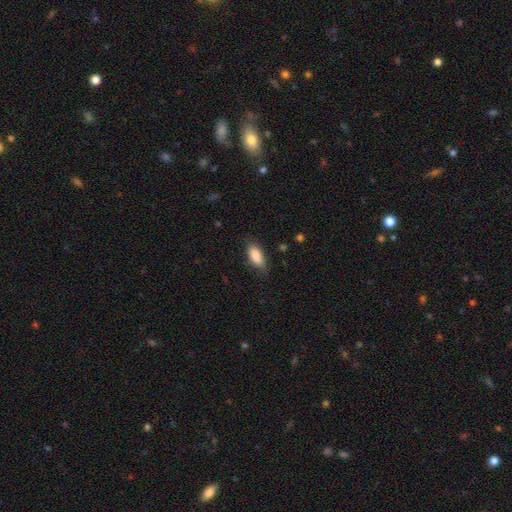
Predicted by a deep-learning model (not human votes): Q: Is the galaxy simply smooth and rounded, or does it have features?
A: smooth — 85%.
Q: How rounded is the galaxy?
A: in between — 83%.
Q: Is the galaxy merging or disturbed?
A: none — 76%.